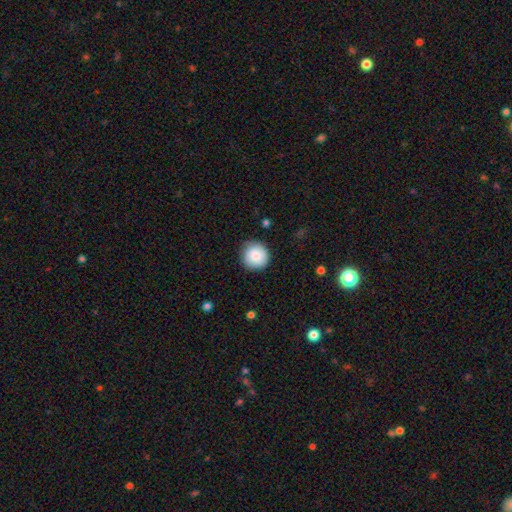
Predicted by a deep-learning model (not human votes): Smooth or featured?
  - smooth: 85% *
  - featured or disk: 8%
  - star or artifact: 7%
How rounded?
  - round: 93% *
  - in between: 6%
  - cigar-shaped: 1%
Merging?
  - none: 82% *
  - minor disturbance: 14%
  - major disturbance: 3%
  - merger: 1%